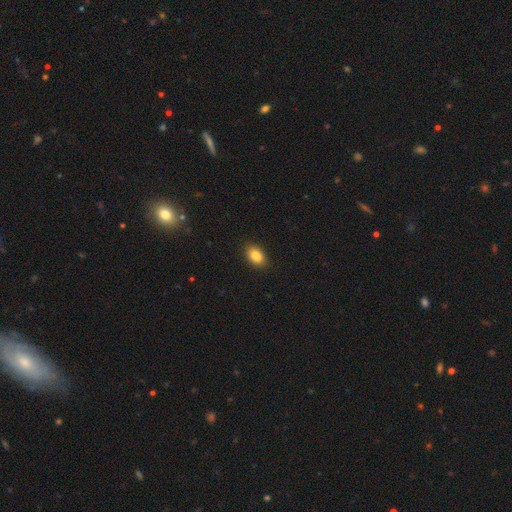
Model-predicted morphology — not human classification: Overall: smooth (86%). How rounded: in between (87%). Merging: none (88%).